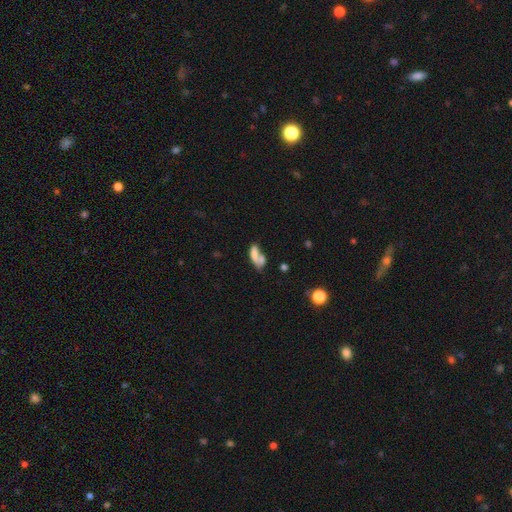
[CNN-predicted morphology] A smooth galaxy with no disk features (68%) that is in between round and cigar-shaped (71%).

Vote fractions:
- Smooth or featured? smooth: 68% / featured or disk: 21% / star or artifact: 11%
- How rounded? in between: 71% / cigar-shaped: 24% / round: 6%
- Merging? merger: 54% / none: 25% / minor disturbance: 11% / major disturbance: 9%